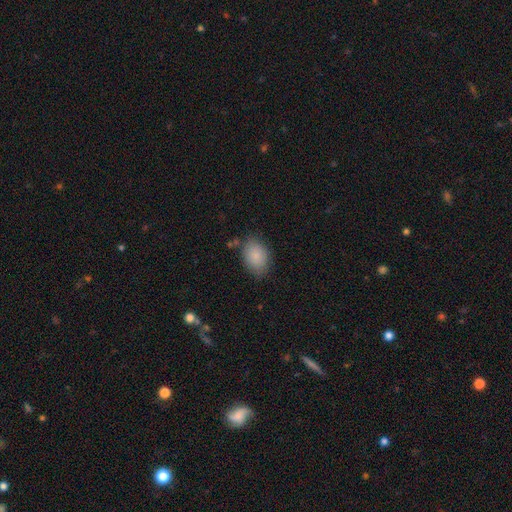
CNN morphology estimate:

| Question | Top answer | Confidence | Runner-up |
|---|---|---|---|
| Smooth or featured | smooth | 87% | star or artifact (7%) |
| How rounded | in between | 82% | round (17%) |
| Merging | none | 78% | minor disturbance (16%) |